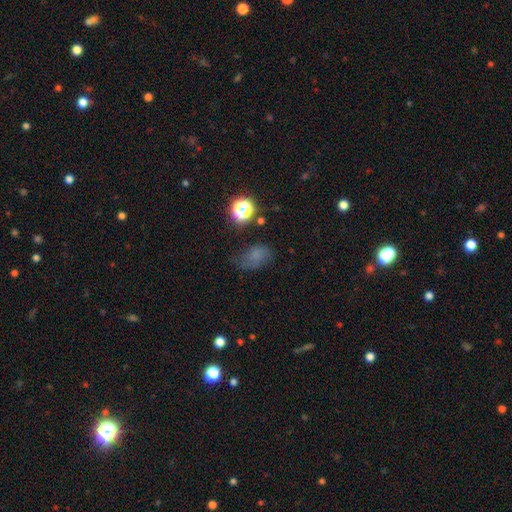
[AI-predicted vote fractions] Overall: smooth (62%; star or artifact 22%). How rounded: in between (76%). Merging: none (50%; minor disturbance 29%).